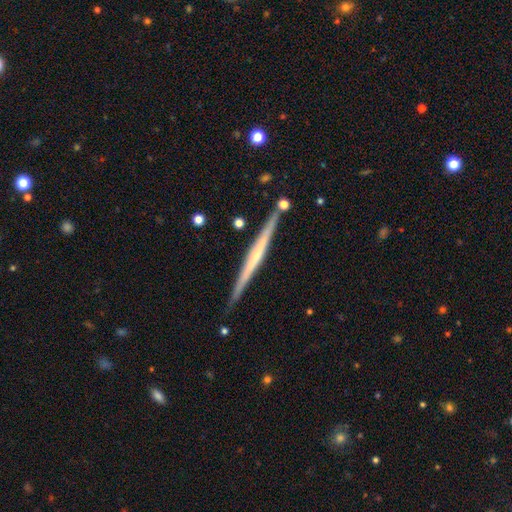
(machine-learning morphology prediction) featured or disk 69%, smooth 26%, star or artifact 5%. Down the decision tree: edge-on disk — yes (98%); edge-on bulge — none (66%); merging — none (87%).